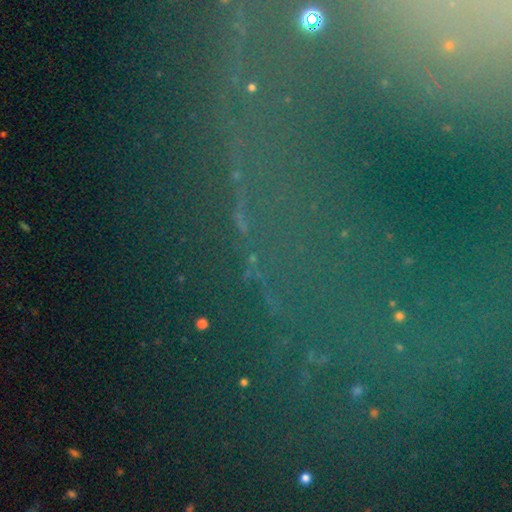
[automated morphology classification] This is clearly a star or artifact rather than a galaxy (82%).